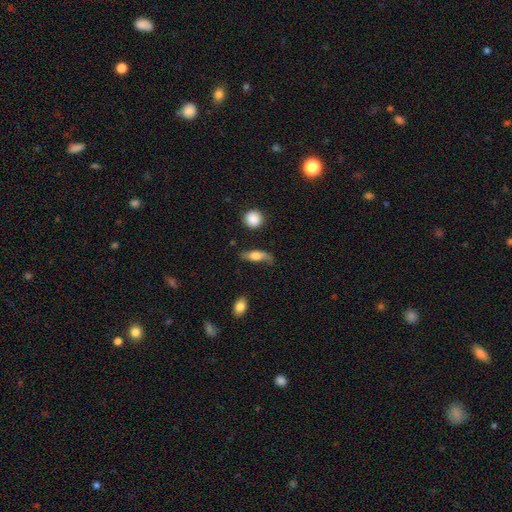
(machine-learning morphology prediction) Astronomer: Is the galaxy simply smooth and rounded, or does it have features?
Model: smooth — 59% (runner-up: featured or disk, 34%).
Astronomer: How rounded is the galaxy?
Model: in between — 63%.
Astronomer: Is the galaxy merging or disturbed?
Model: none — 53%.